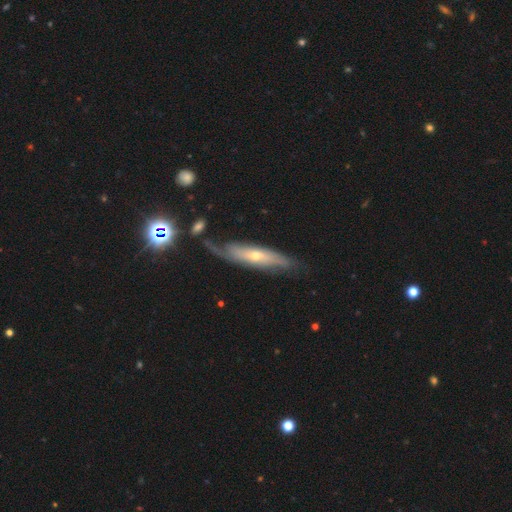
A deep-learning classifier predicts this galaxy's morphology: Smooth or featured? featured or disk (66%)
Edge-on disk? no (53%)
Merging? none (61%)